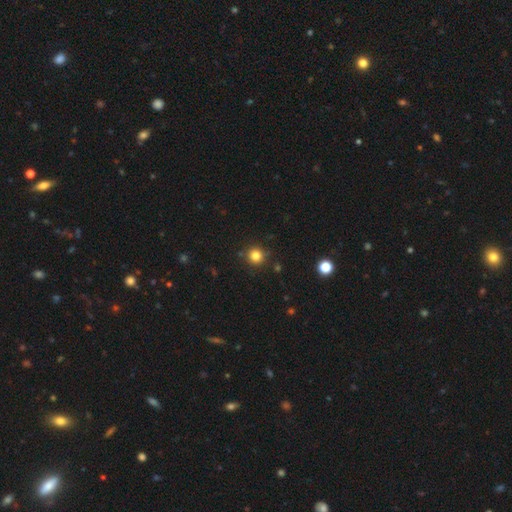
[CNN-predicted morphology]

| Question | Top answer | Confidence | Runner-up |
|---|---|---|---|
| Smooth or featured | smooth | 82% | star or artifact (13%) |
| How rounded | round | 94% | in between (5%) |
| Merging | none | 88% | minor disturbance (7%) |